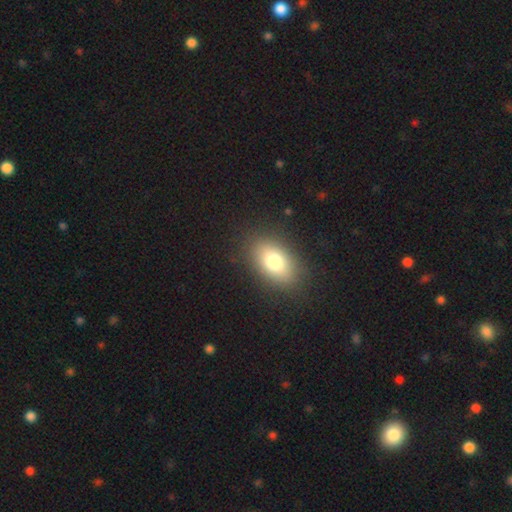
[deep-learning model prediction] Smooth or featured?
  - smooth: 78% *
  - featured or disk: 12%
  - star or artifact: 10%
How rounded?
  - in between: 87% *
  - round: 11%
  - cigar-shaped: 3%
Merging?
  - none: 89% *
  - minor disturbance: 8%
  - major disturbance: 2%
  - merger: 1%